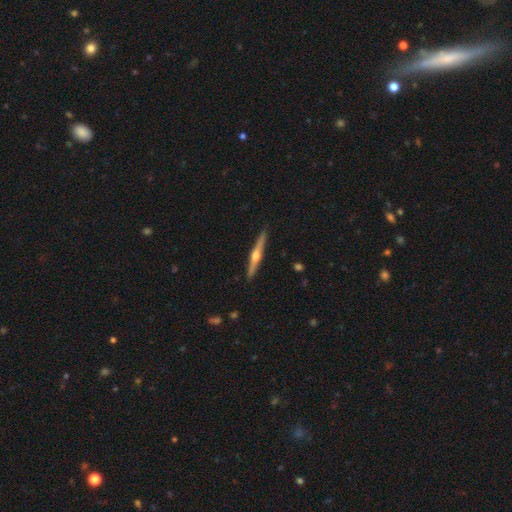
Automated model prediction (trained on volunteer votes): Smooth or featured: featured or disk — 78% (smooth — 17%)
Edge-on disk: yes — 98% (no — 2%)
Edge-on bulge: rounded — 95% (none — 3%)
Merging: none — 91% (minor disturbance — 6%)